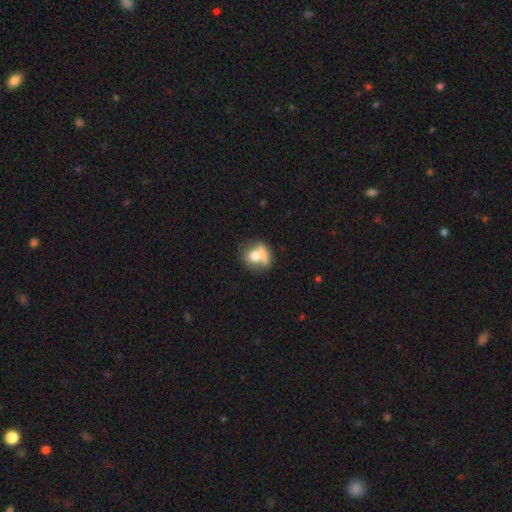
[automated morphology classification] A smooth galaxy with no disk features (64%) that is round (64%). Merging: none (39%).